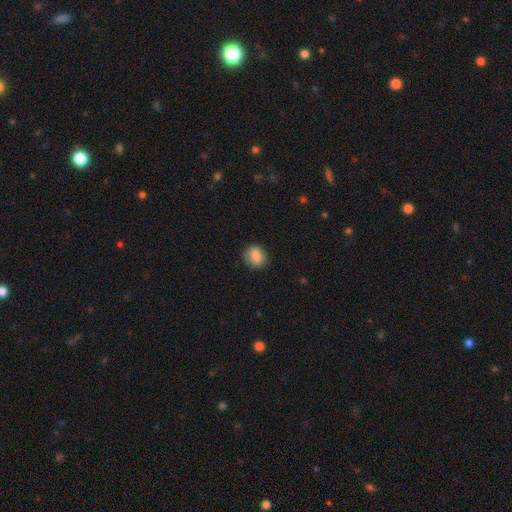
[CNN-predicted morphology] Q: Smooth or featured?
A: smooth (82%); runner-up: featured or disk (10%)
Q: How rounded?
A: in between (55%); runner-up: round (43%)
Q: Merging?
A: none (82%); runner-up: minor disturbance (14%)